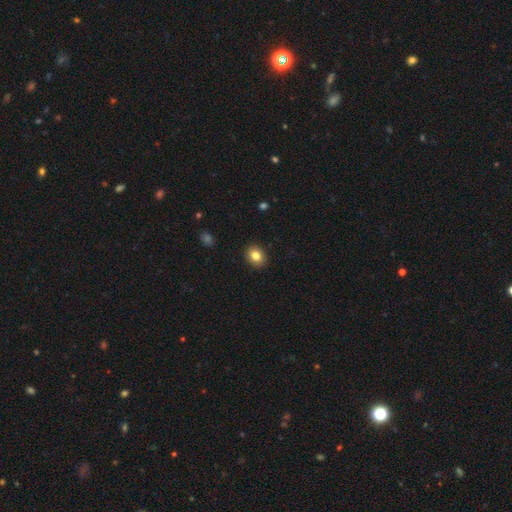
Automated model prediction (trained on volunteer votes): This appears to be a smooth galaxy with no disk features (83%) that is round (56%). Merging: none (90%).